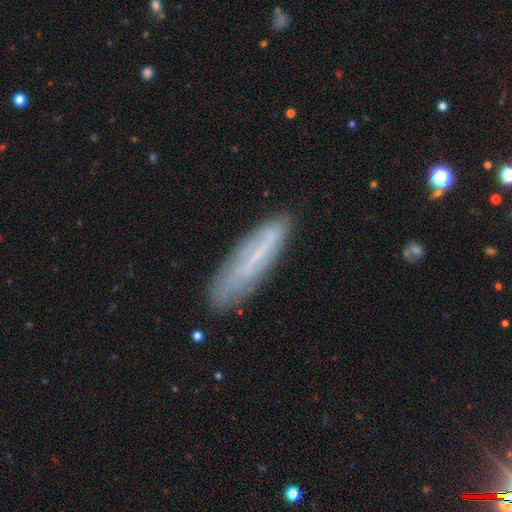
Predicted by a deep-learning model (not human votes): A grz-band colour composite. It shows a featured or disk galaxy (46%, tied with smooth). Merging: none (75%).